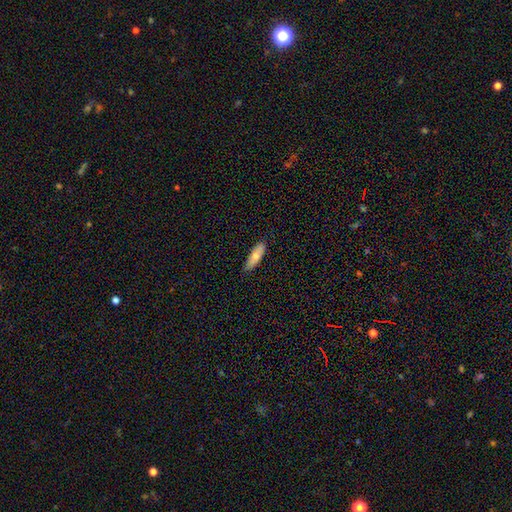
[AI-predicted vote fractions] This is likely a smooth galaxy (75%). How rounded: possibly cigar-shaped (49%, tied with in between). Merging: clearly none (84%).